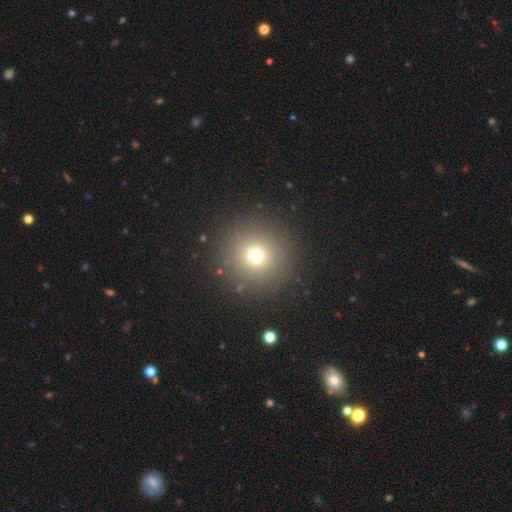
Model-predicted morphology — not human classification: A smooth galaxy with no disk features (71%) that is round (95%). Merging: none (90%).